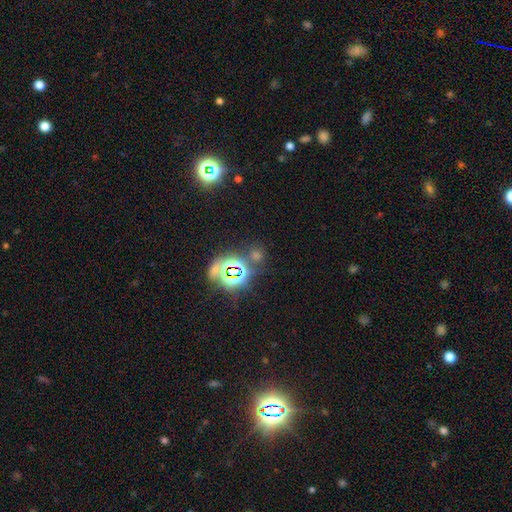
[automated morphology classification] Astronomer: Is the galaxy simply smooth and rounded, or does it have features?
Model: star or artifact — 64%.